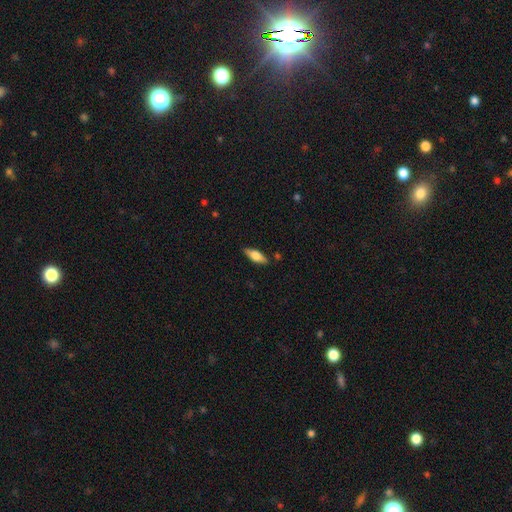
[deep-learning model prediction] smooth_or_featured: smooth (p=0.60) [alt: featured or disk p=0.34]
how_rounded: in between (p=0.62) [alt: cigar-shaped p=0.35]
merging: none (p=0.84) [alt: minor disturbance p=0.11]